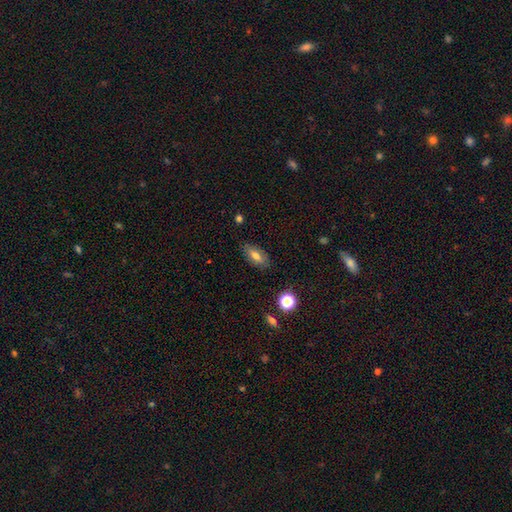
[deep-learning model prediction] A smooth galaxy with no disk features (73%) that is in between round and cigar-shaped (83%). Merging: none (84%).